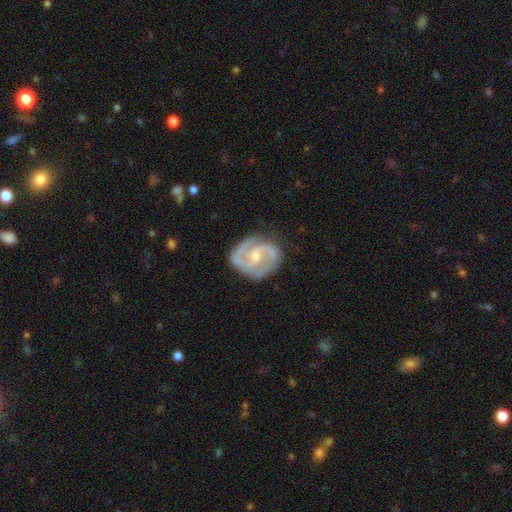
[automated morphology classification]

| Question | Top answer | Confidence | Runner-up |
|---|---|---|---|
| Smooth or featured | featured or disk | 90% | smooth (5%) |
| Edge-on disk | no | 98% | yes (2%) |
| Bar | weak | 48% | no (38%) |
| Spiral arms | yes | 98% | no (2%) |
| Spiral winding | medium | 54% | tight (36%) |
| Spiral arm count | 2 | 80% | 3 (11%) |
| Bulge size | small | 56% | moderate (37%) |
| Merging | none | 75% | minor disturbance (18%) |